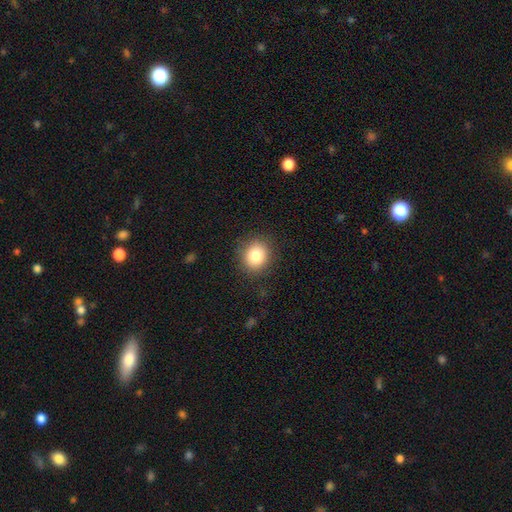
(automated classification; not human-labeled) A smooth galaxy with no disk features (83%) that is round (75%). Merging: none (88%).